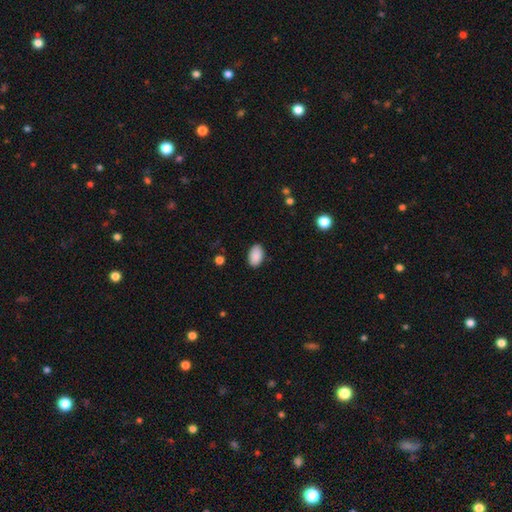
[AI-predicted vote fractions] This is clearly a smooth galaxy (90%). How rounded: clearly in between (92%). Merging: clearly none (88%).